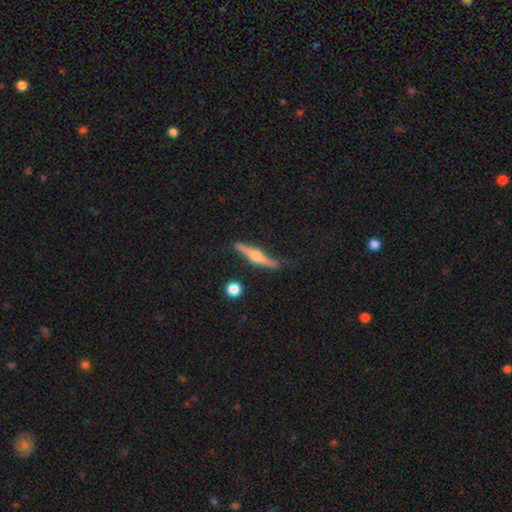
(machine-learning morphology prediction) A featured or disk galaxy (70%) viewed edge-on (94%) with a rounded central bulge (90%). Merging: none (70%).